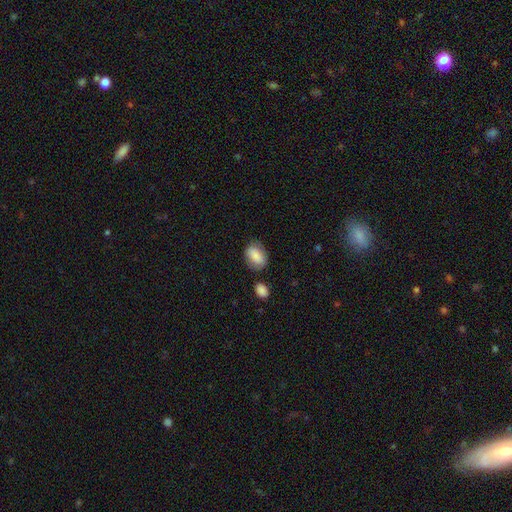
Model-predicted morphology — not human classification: This appears to be a smooth galaxy with no disk features (85%) that is in between round and cigar-shaped (80%). Merging: none (72%).